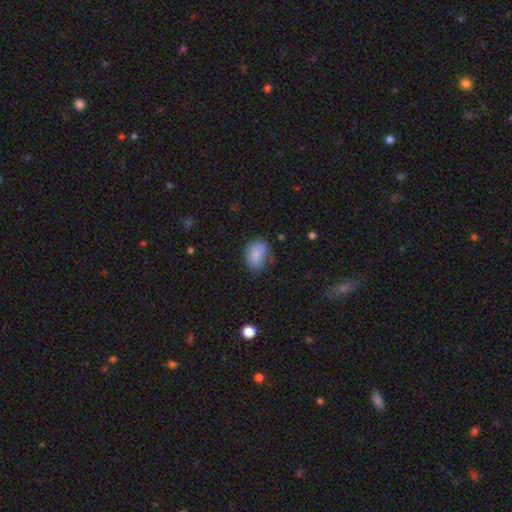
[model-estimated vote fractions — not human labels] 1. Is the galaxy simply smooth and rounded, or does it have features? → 83% smooth, 9% star or artifact, 8% featured or disk.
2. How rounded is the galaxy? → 76% in between, 22% round, 1% cigar-shaped.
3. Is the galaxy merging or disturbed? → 61% none, 28% minor disturbance, 8% major disturbance, 3% merger.